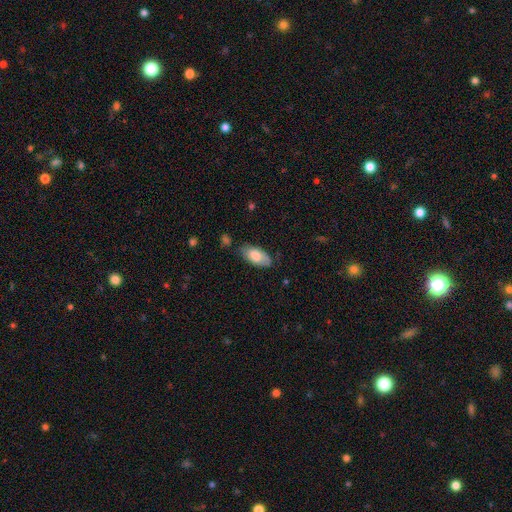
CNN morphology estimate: smooth_or_featured: smooth (p=0.73) [alt: featured or disk p=0.21]
how_rounded: in between (p=0.92) [alt: cigar-shaped p=0.05]
merging: none (p=0.71) [alt: minor disturbance p=0.22]